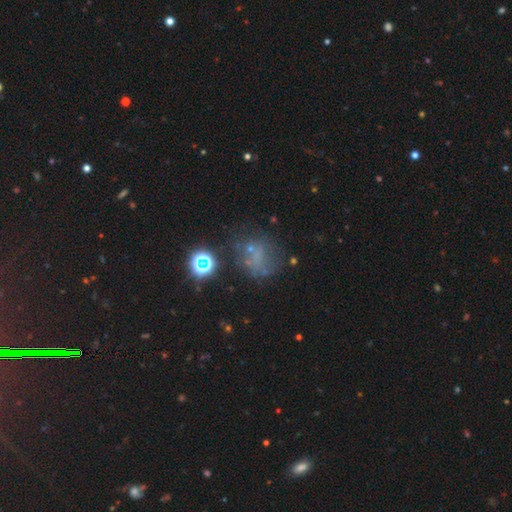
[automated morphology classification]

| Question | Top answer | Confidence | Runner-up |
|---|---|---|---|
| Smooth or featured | star or artifact | 40% | smooth (34%) |